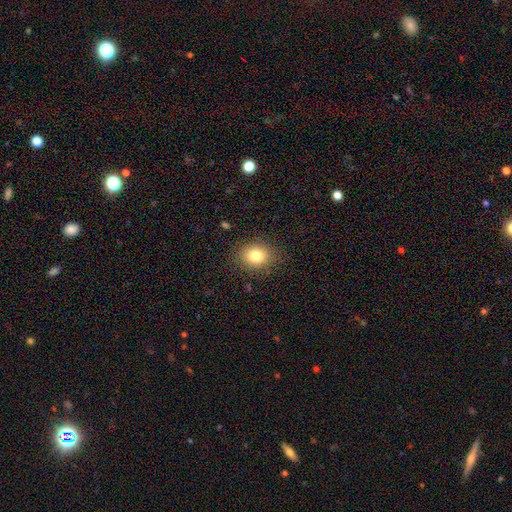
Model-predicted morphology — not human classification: The model was most divided on "how rounded": round: 61%, in between: 39%, cigar-shaped: 1%. More confident: merging — none (86%); smooth or featured — smooth (80%).